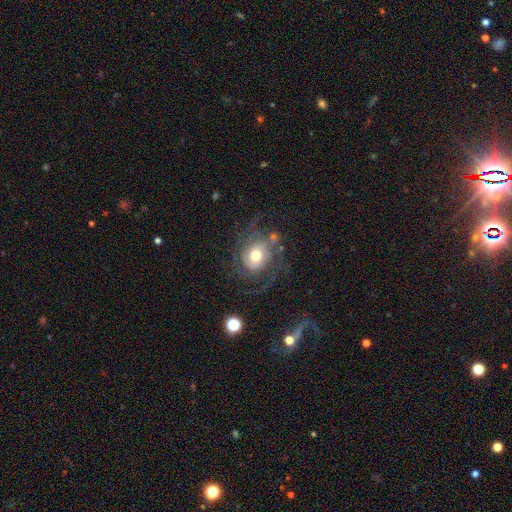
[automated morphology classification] smooth-or-featured: featured or disk: 70% | smooth: 21% | star or artifact: 9%
  disk-edge-on: no: 97% | yes: 3%
    bar: no: 75% | weak: 21% | strong: 4%
    has-spiral-arms: yes: 88% | no: 12%
      spiral-winding: medium: 40% | tight: 35% | loose: 25%
      spiral-arm-count: can't tell: 30% | 2: 25% | 3: 21% | 1: 10% | 4: 8% | more than 4: 6%
    bulge-size: moderate: 64% | large: 22% | small: 10% | dominant: 2% | none: 1%
  merging: none: 55% | major disturbance: 24% | minor disturbance: 17% | merger: 4%